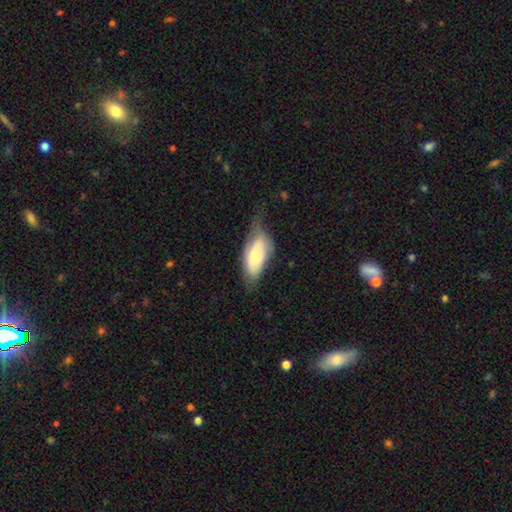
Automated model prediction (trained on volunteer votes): Morphology: type=smooth (63%); roundness=in between (88%); merging=minor disturbance (39%).